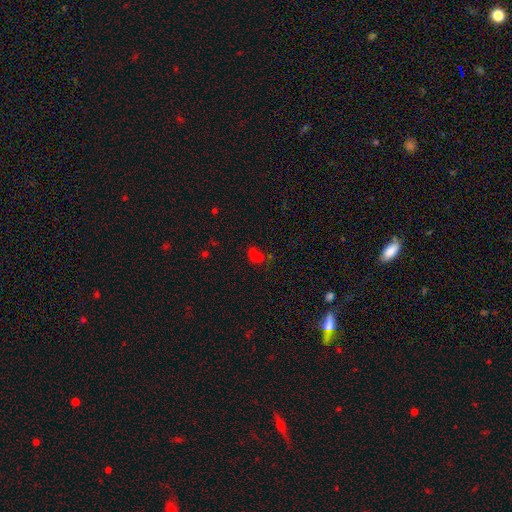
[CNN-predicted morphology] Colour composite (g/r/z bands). It shows a smooth galaxy with no disk features (55%) that is round (53%). Merging: merger (51%).